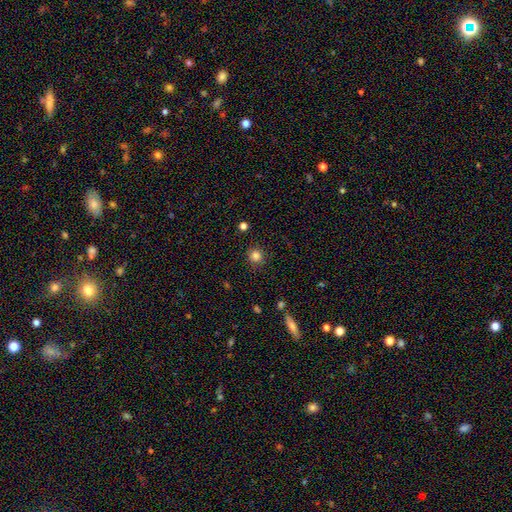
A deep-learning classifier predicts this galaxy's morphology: smooth_or_featured: smooth (p=0.83) [alt: star or artifact p=0.12]
how_rounded: round (p=0.92) [alt: in between p=0.07]
merging: none (p=0.89) [alt: minor disturbance p=0.07]